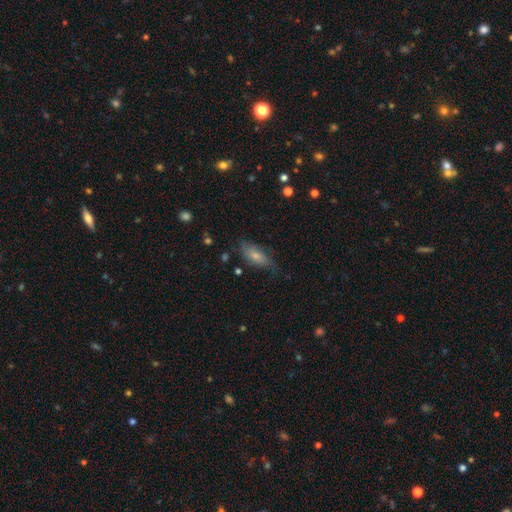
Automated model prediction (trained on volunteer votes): smooth 68%, featured or disk 25%, star or artifact 7%. Down the decision tree: how rounded — in between (83%); merging — none (60%).